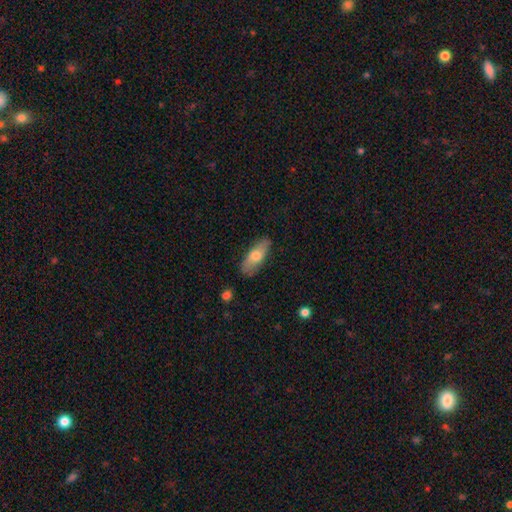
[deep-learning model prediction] This is likely a smooth galaxy (68%). How rounded: likely in between (75%). Merging: clearly none (81%).